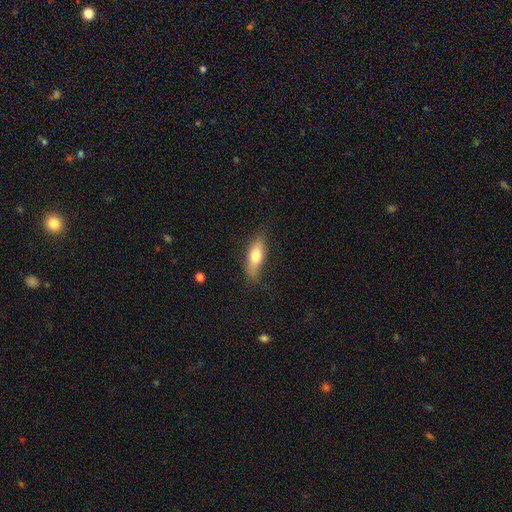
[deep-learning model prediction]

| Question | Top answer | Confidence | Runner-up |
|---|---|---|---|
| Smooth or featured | smooth | 67% | featured or disk (27%) |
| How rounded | in between | 56% | cigar-shaped (40%) |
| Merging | none | 76% | minor disturbance (18%) |